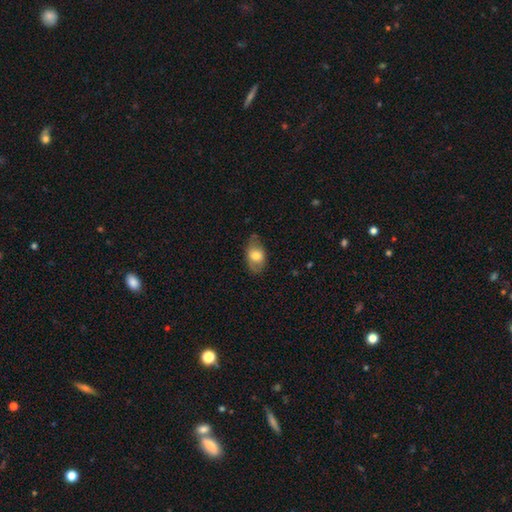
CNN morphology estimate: Q: Smooth or featured?
A: smooth (68%); runner-up: featured or disk (25%)
Q: How rounded?
A: in between (85%); runner-up: round (13%)
Q: Merging?
A: none (68%); runner-up: minor disturbance (25%)